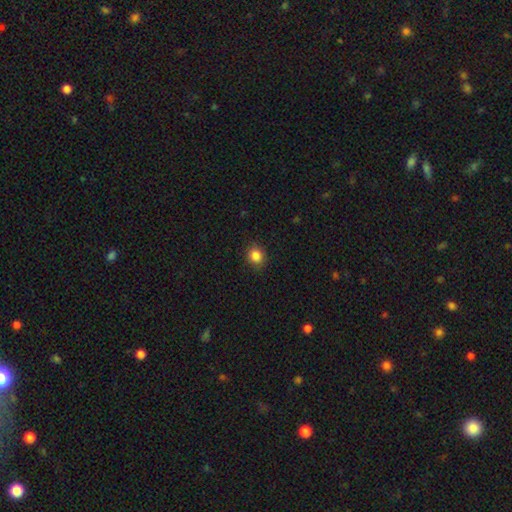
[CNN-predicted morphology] smooth-or-featured: smooth: 85% | star or artifact: 11% | featured or disk: 4%
  how-rounded: round: 77% | in between: 22% | cigar-shaped: 1%
  merging: none: 88% | minor disturbance: 8% | major disturbance: 2% | merger: 1%